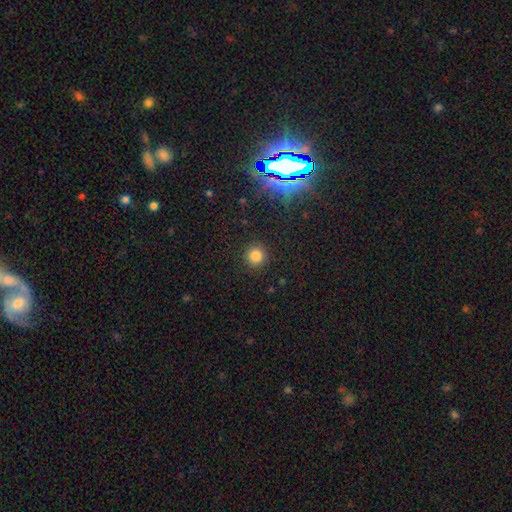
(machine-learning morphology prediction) smooth-or-featured: smooth: 83% | star or artifact: 13% | featured or disk: 4%
  how-rounded: round: 94% | in between: 5% | cigar-shaped: 1%
  merging: none: 91% | minor disturbance: 5% | major disturbance: 2% | merger: 1%